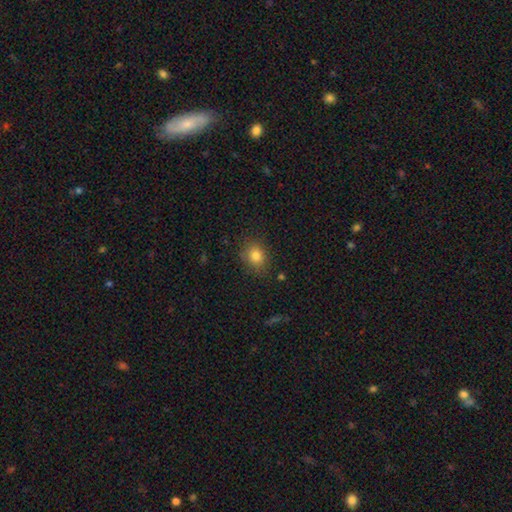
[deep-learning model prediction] Smooth or featured? smooth (82%)
How rounded? round (55%)
Merging? none (80%)